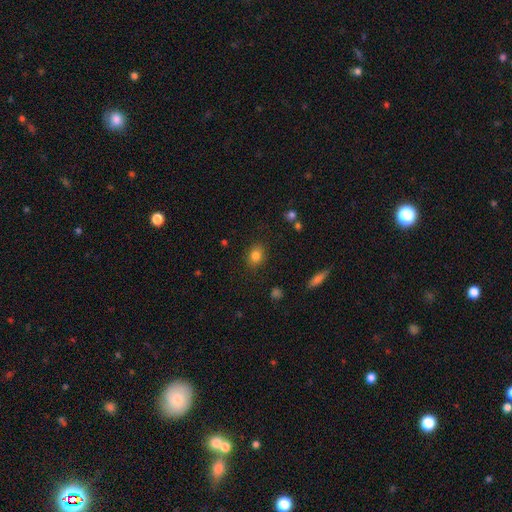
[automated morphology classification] Q: Smooth or featured?
A: smooth (82%); runner-up: star or artifact (11%)
Q: How rounded?
A: in between (53%); runner-up: round (46%)
Q: Merging?
A: none (85%); runner-up: minor disturbance (10%)